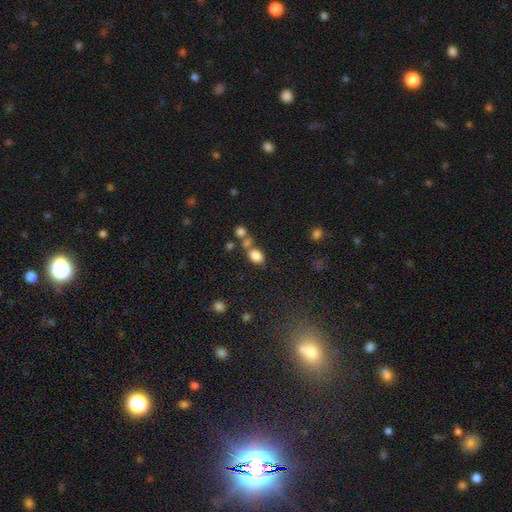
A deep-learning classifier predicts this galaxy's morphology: Overall: smooth (81%). How rounded: in between (82%). Merging: none (46%; merger 33%).